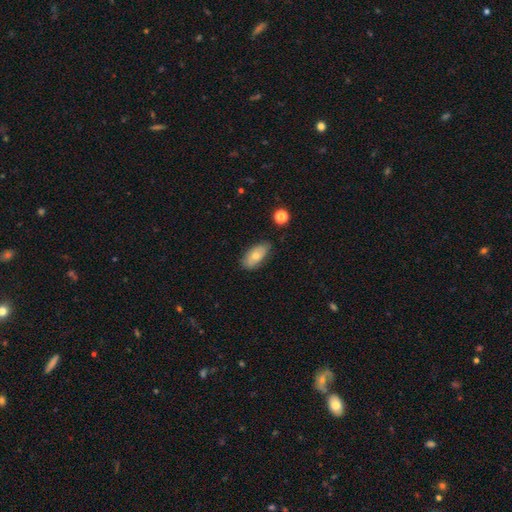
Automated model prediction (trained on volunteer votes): Smooth or featured? Predicted: smooth (p=0.71). How rounded? Predicted: in between (p=0.90). Merging? Predicted: none (p=0.78).